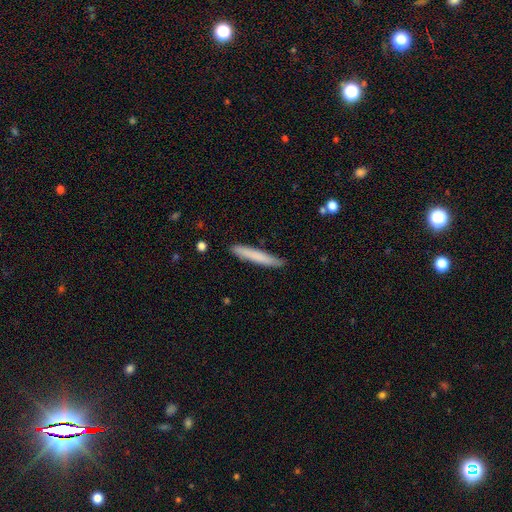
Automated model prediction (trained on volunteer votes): Smooth or featured? Predicted: smooth (p=0.77). How rounded? Predicted: cigar-shaped (p=0.95). Merging? Predicted: none (p=0.87).